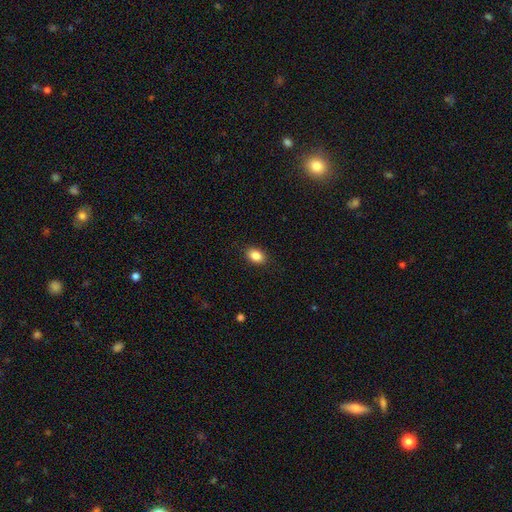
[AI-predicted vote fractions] smooth_or_featured: smooth (p=0.87) [alt: star or artifact p=0.08]
how_rounded: in between (p=0.82) [alt: round p=0.17]
merging: none (p=0.89) [alt: minor disturbance p=0.08]